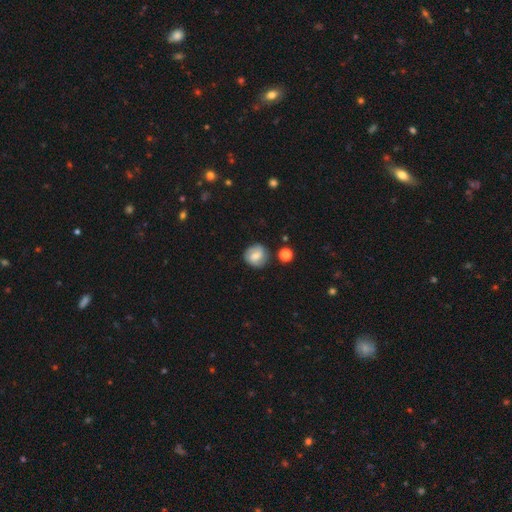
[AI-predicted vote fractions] This appears to be a smooth galaxy with no disk features (53%) that is round (82%). Merging: none (77%).